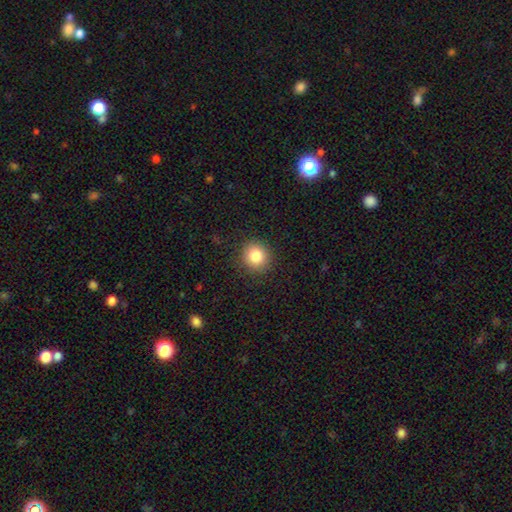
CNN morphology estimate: Smooth or featured? smooth (84%)
How rounded? round (89%)
Merging? none (90%)